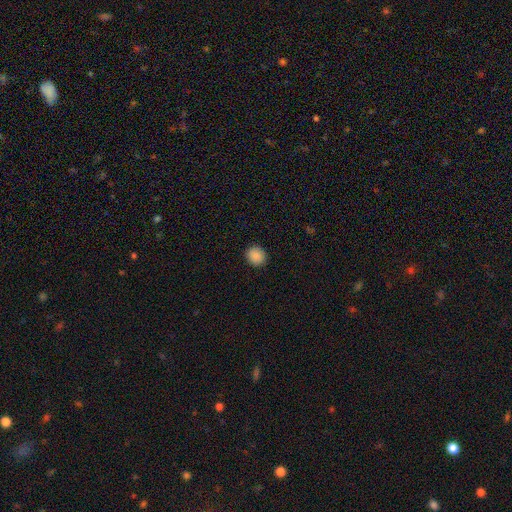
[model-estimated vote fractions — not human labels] This appears to be a smooth galaxy with no disk features (88%) that is round (83%). Merging: none (91%).